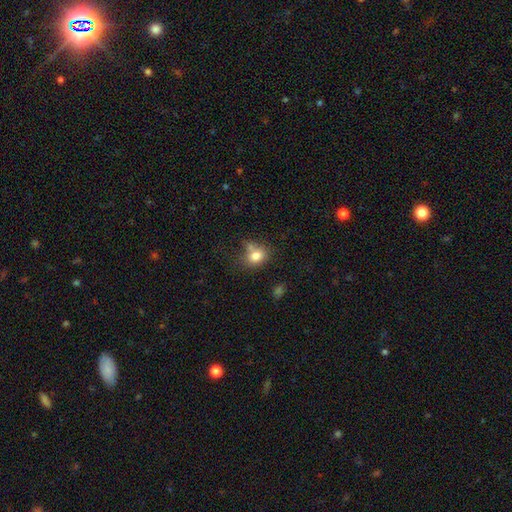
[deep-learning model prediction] Morphology: type=smooth (79%); roundness=in between (51%); merging=none (51%).